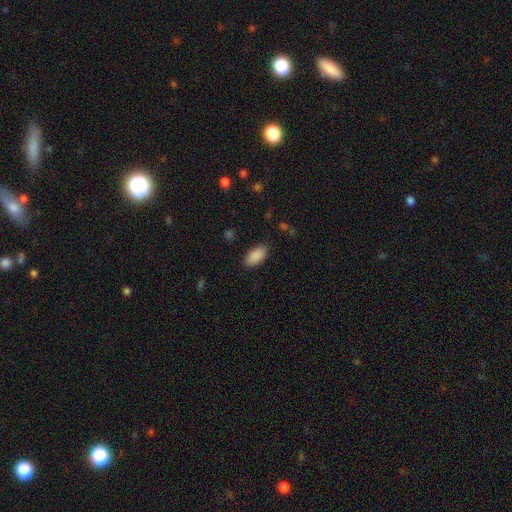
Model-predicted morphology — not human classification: The model was most divided on "merging": none: 86%, minor disturbance: 10%, major disturbance: 3%, merger: 1%. More confident: how rounded — in between (93%); smooth or featured — smooth (90%).